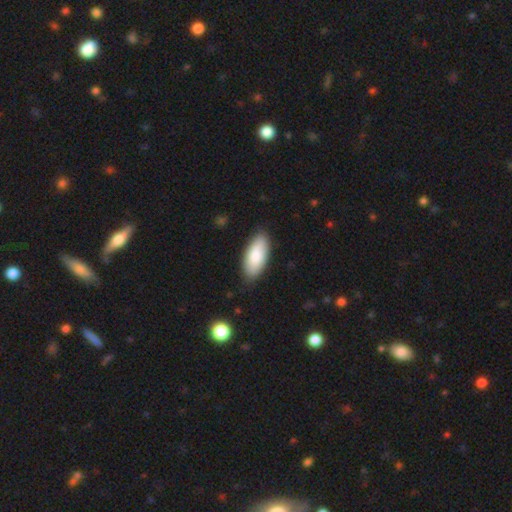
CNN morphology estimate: A smooth galaxy with no disk features (84%) that is in between round and cigar-shaped (87%).

Vote fractions:
- Smooth or featured? smooth: 84% / featured or disk: 10% / star or artifact: 5%
- How rounded? in between: 87% / cigar-shaped: 11% / round: 2%
- Merging? none: 85% / minor disturbance: 12% / major disturbance: 2% / merger: 1%